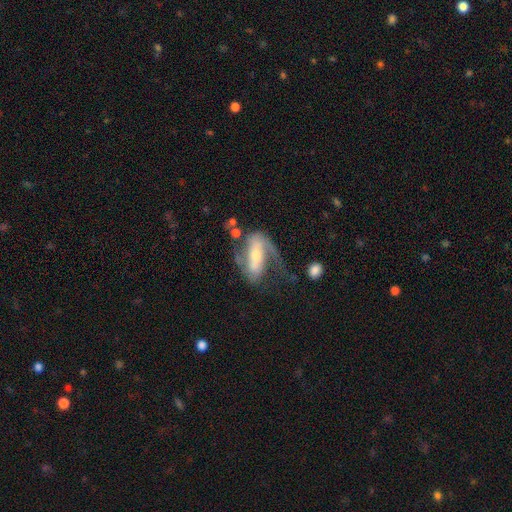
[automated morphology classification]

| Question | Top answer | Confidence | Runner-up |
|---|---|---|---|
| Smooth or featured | featured or disk | 78% | smooth (16%) |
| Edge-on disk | no | 92% | yes (8%) |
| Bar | strong | 51% | weak (27%) |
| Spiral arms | yes | 87% | no (13%) |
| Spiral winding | loose | 43% | medium (40%) |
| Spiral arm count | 2 | 73% | 1 (17%) |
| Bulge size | moderate | 48% | small (41%) |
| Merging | none | 44% | major disturbance (30%) |